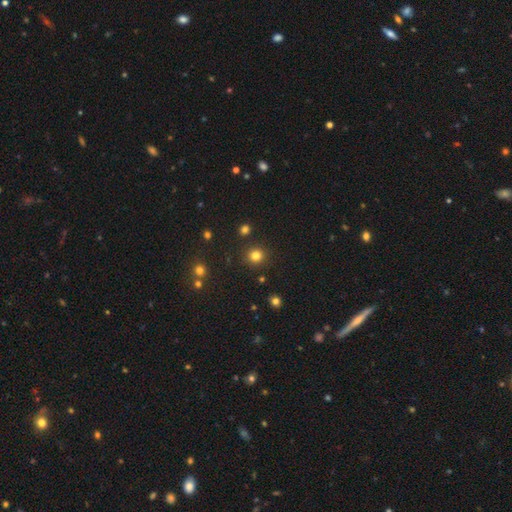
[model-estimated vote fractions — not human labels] Smooth or featured: smooth — 80% (star or artifact — 15%)
How rounded: round — 91% (in between — 8%)
Merging: none — 89% (minor disturbance — 6%)